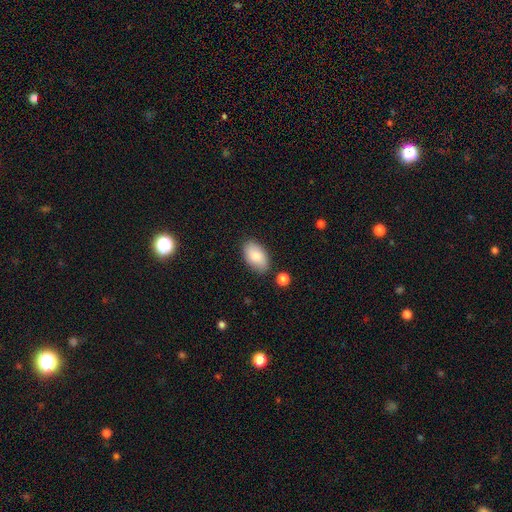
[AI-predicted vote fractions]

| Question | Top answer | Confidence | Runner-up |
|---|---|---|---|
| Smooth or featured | smooth | 83% | featured or disk (11%) |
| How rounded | in between | 94% | round (5%) |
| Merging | none | 80% | minor disturbance (14%) |